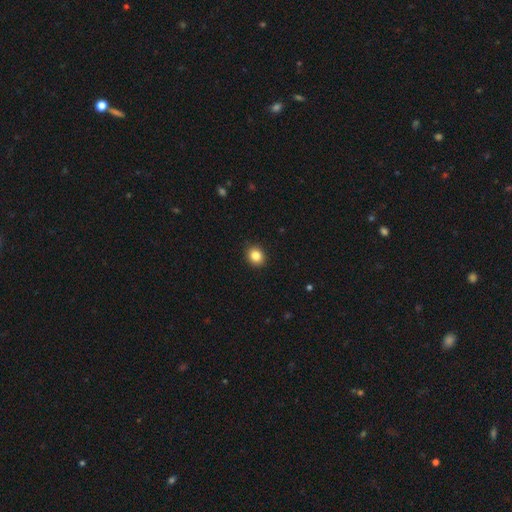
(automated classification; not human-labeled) Smooth or featured?
  - smooth: 85% *
  - star or artifact: 10%
  - featured or disk: 5%
How rounded?
  - round: 71% *
  - in between: 28%
  - cigar-shaped: 1%
Merging?
  - none: 91% *
  - minor disturbance: 6%
  - major disturbance: 2%
  - merger: 1%